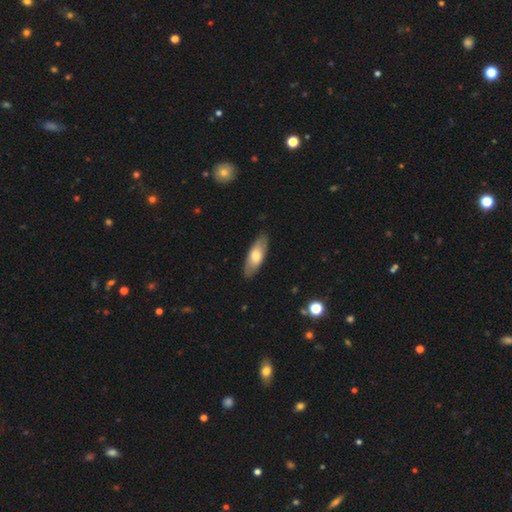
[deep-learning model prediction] A smooth galaxy with no disk features (64%) that is in between round and cigar-shaped (71%). Merging: none (87%).